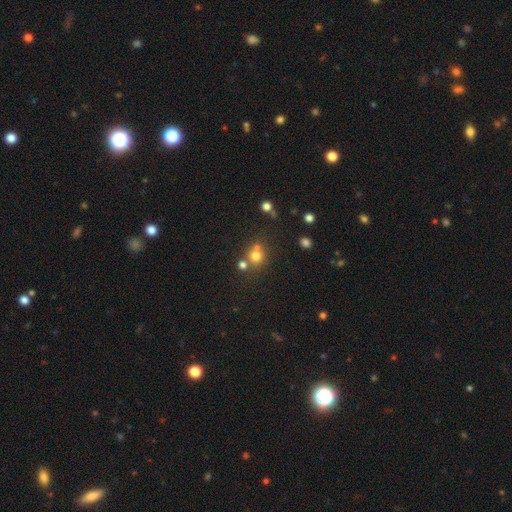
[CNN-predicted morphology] Smooth or featured? smooth (71%)
How rounded? round (86%)
Merging? none (57%)